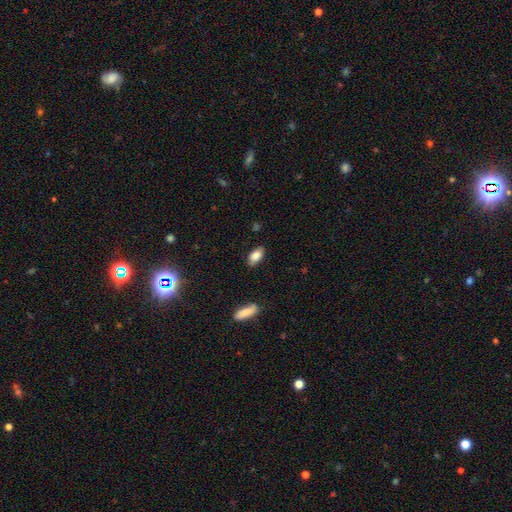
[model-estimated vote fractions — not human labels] Smooth or featured? smooth (83%)
How rounded? in between (90%)
Merging? none (81%)